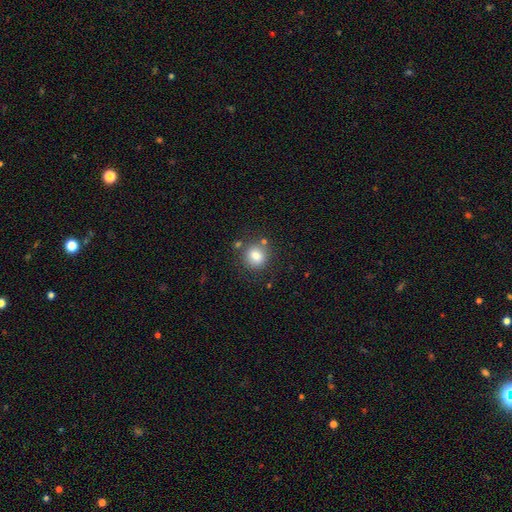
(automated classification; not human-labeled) Smooth or featured? smooth (82%)
How rounded? round (83%)
Merging? none (77%)